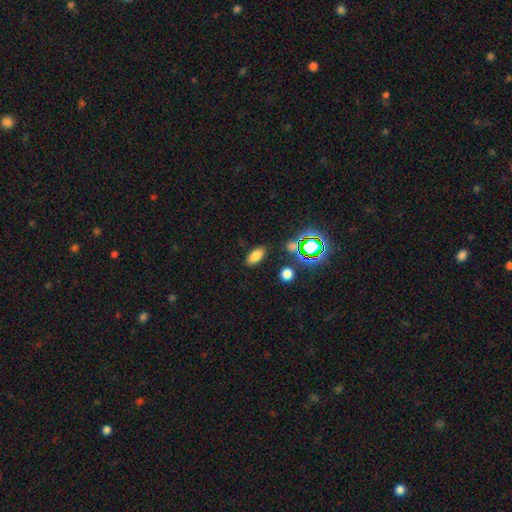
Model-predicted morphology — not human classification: smooth-or-featured: smooth: 76% | star or artifact: 17% | featured or disk: 7%
  how-rounded: in between: 87% | cigar-shaped: 7% | round: 6%
  merging: none: 86% | minor disturbance: 9% | major disturbance: 3% | merger: 2%